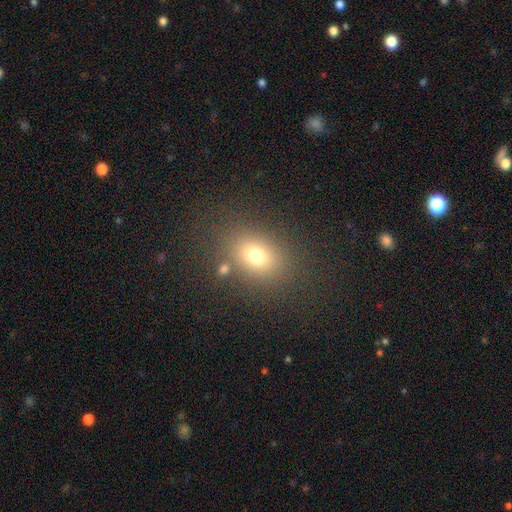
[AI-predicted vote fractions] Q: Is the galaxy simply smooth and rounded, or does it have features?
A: smooth — 73%.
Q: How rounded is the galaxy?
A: in between — 61%.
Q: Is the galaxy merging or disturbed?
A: none — 79%.